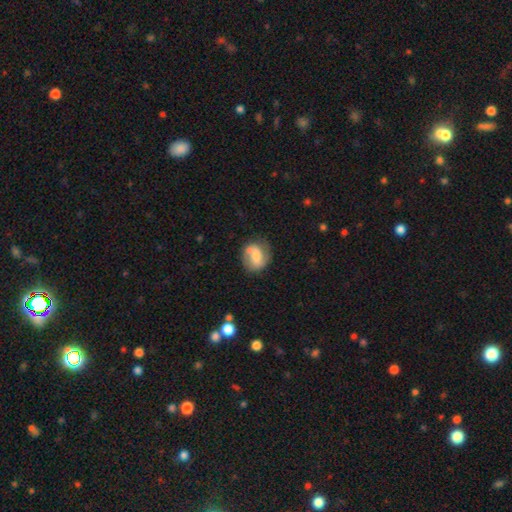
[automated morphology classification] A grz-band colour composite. It shows a featured or disk galaxy (54%) with a weak bar (42%), spiral arms (83%) and a moderate central bulge (36%). Merging: none (65%).